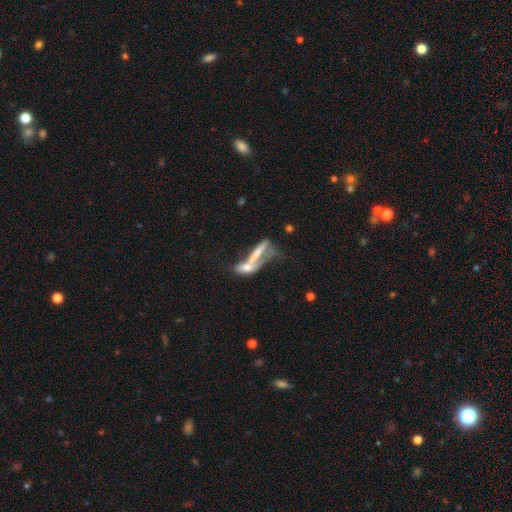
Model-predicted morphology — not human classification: Smooth or featured?
  - smooth: 48% *
  - featured or disk: 41%
  - star or artifact: 10%
Merging?
  - merger: 57% *
  - none: 20%
  - major disturbance: 13%
  - minor disturbance: 9%